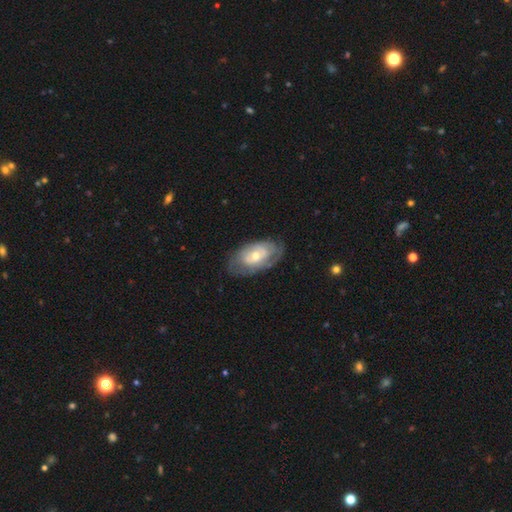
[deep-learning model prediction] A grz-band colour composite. It shows a featured or disk galaxy (65%) with no bar (70%), spiral arms (68%) and a moderate central bulge (56%). Merging: none (69%).